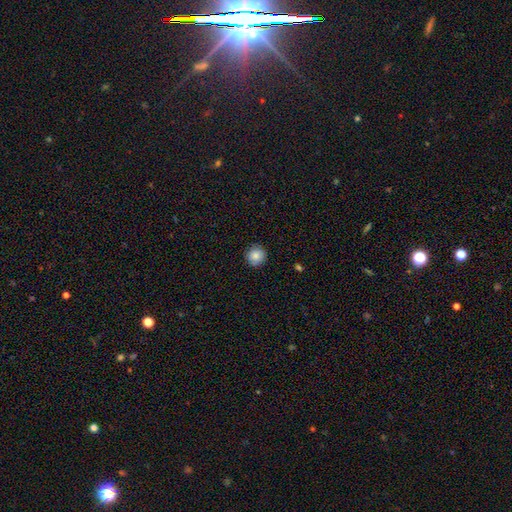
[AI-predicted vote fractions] Smooth or featured: smooth — 86% (star or artifact — 9%)
How rounded: round — 93% (in between — 6%)
Merging: none — 90% (minor disturbance — 8%)